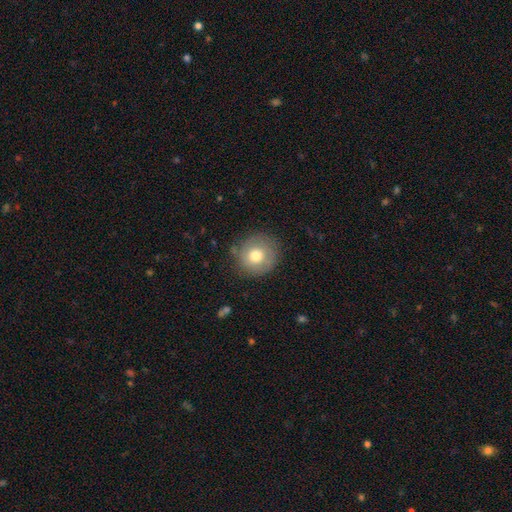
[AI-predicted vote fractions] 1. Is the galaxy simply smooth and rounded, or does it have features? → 74% smooth, 17% featured or disk, 9% star or artifact.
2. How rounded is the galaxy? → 92% round, 8% in between, 1% cigar-shaped.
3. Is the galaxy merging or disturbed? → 81% none, 13% minor disturbance, 4% major disturbance, 2% merger.